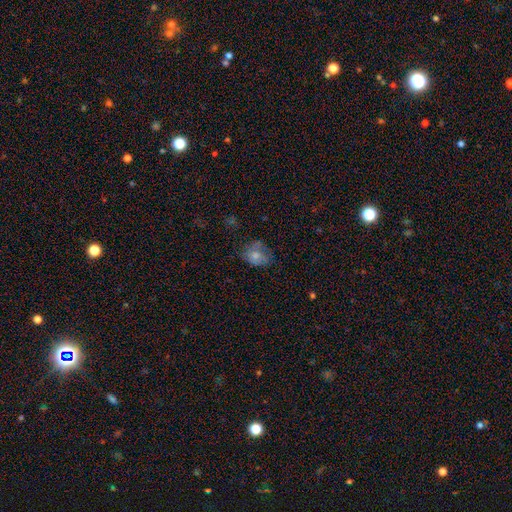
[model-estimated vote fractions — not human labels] A smooth galaxy with no disk features (67%) that is in between round and cigar-shaped (55%).

Vote fractions:
- Smooth or featured? smooth: 67% / featured or disk: 23% / star or artifact: 10%
- How rounded? in between: 55% / round: 44% / cigar-shaped: 1%
- Merging? none: 51% / minor disturbance: 30% / major disturbance: 16% / merger: 3%